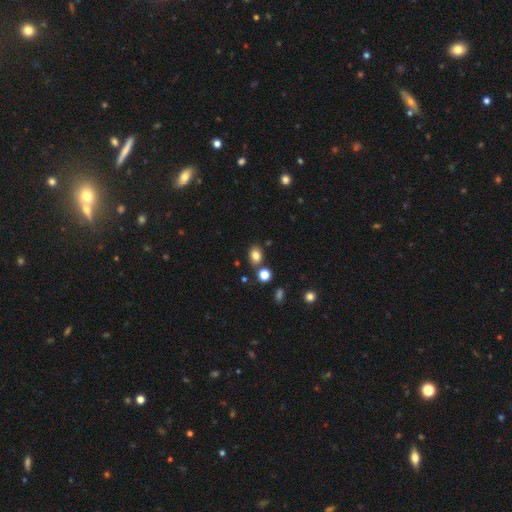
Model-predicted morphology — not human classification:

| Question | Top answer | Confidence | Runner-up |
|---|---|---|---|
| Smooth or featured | smooth | 81% | star or artifact (13%) |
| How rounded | in between | 53% | round (46%) |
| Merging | none | 75% | minor disturbance (11%) |